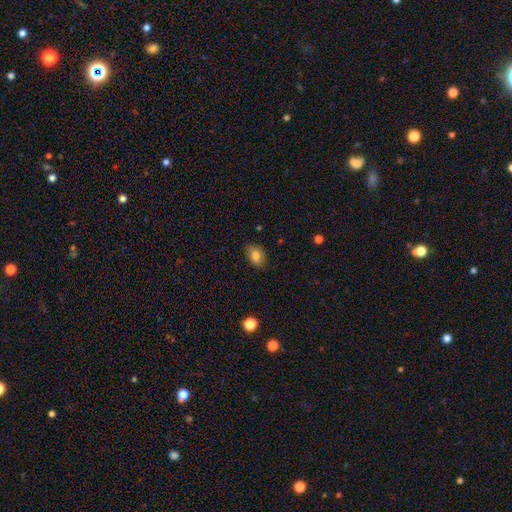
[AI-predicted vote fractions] Smooth or featured? smooth (79%)
How rounded? in between (80%)
Merging? none (82%)